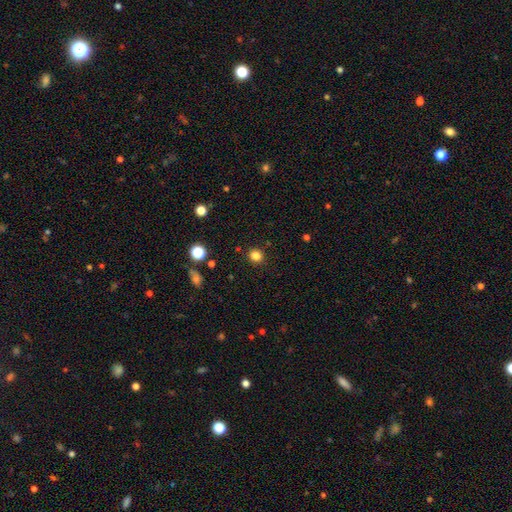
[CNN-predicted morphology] smooth 83%, star or artifact 13%, featured or disk 4%. Down the decision tree: how rounded — round (85%); merging — none (90%).